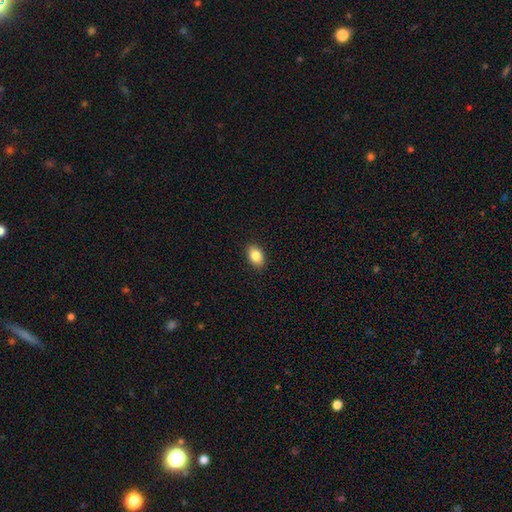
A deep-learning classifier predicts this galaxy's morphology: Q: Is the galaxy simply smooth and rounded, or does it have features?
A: smooth — 85%.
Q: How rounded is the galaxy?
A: in between — 86%.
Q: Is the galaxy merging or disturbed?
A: none — 90%.